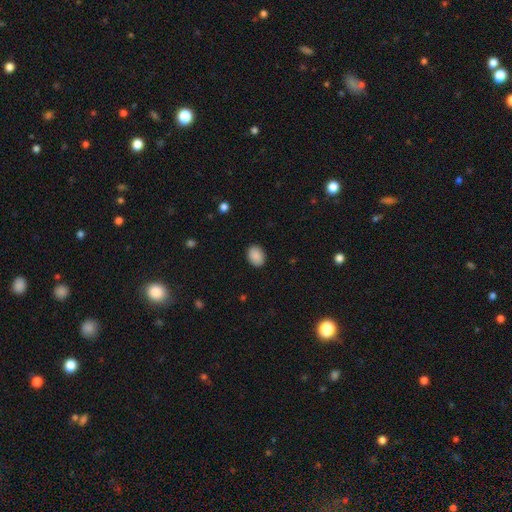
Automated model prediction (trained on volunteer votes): smooth-or-featured: smooth: 89% | star or artifact: 8% | featured or disk: 3%
  how-rounded: in between: 65% | round: 34% | cigar-shaped: 1%
  merging: none: 89% | minor disturbance: 8% | major disturbance: 2% | merger: 1%